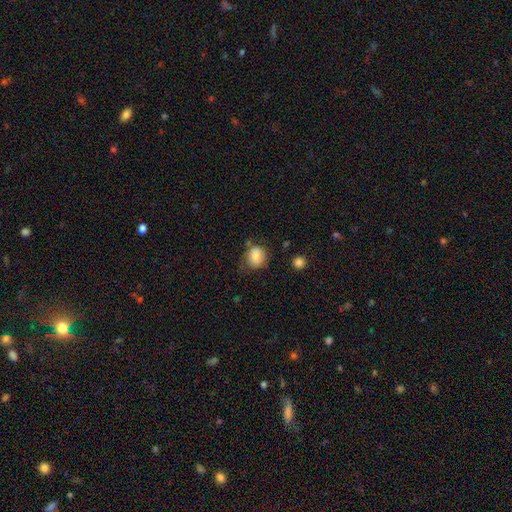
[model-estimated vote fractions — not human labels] Morphology: type=smooth (81%); roundness=round (65%); merging=none (60%).